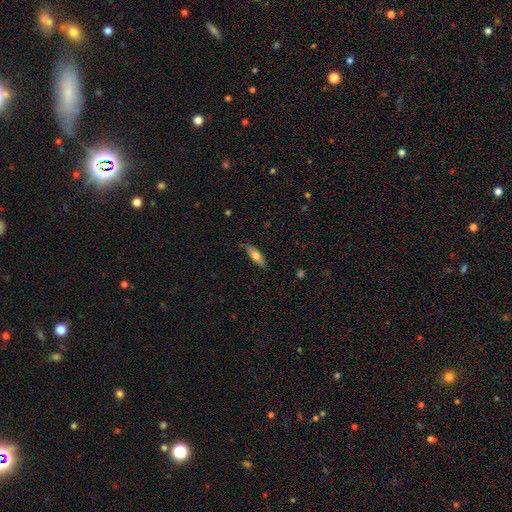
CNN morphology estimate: The model was most divided on "how rounded": in between: 60%, cigar-shaped: 38%, round: 2%. More confident: merging — none (84%); smooth or featured — smooth (69%).